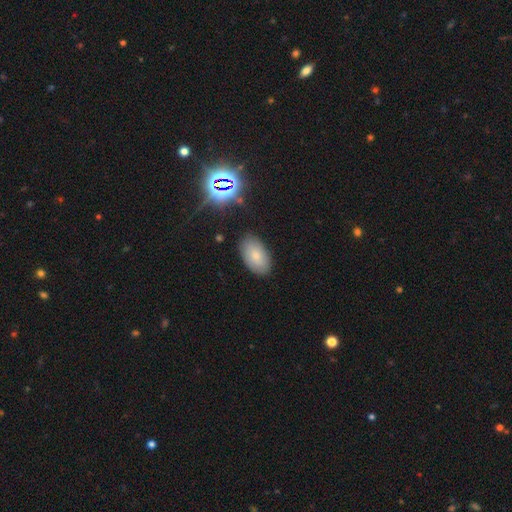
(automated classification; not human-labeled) Smooth or featured? smooth (77%)
How rounded? in between (94%)
Merging? none (84%)